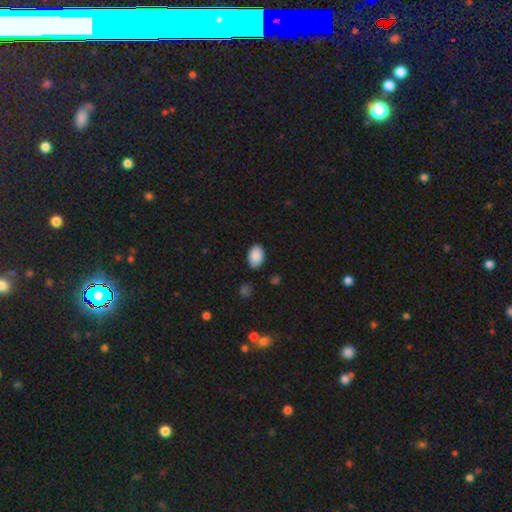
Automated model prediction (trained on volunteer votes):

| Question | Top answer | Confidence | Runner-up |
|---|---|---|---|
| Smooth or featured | smooth | 89% | star or artifact (7%) |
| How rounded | in between | 88% | round (11%) |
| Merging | none | 82% | minor disturbance (14%) |